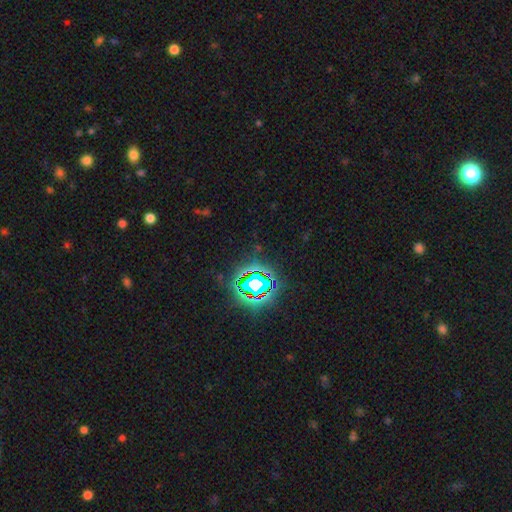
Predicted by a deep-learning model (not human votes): Smooth or featured: star or artifact — 80% (smooth — 12%)